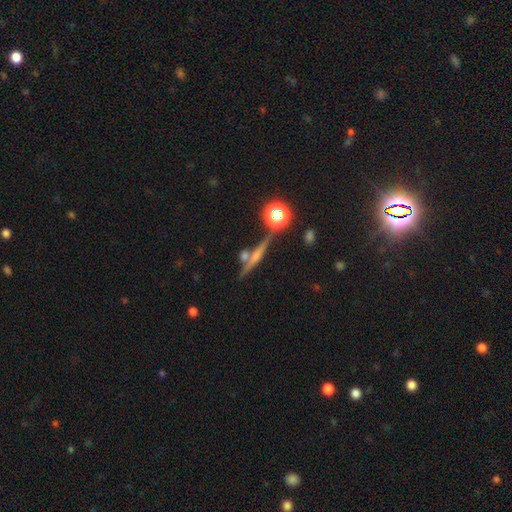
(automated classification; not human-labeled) Smooth or featured?
  - featured or disk: 56% *
  - smooth: 27%
  - star or artifact: 17%
Edge-on disk?
  - yes: 93% *
  - no: 7%
Edge-on bulge?
  - rounded: 46% *
  - none: 37%
  - boxy: 17%
Merging?
  - none: 72% *
  - merger: 13%
  - minor disturbance: 11%
  - major disturbance: 4%